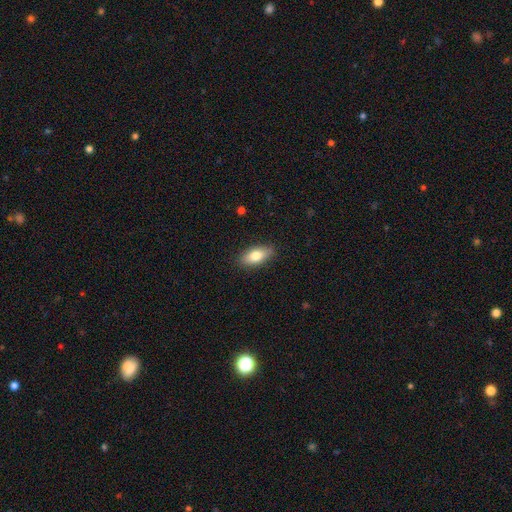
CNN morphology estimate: type=smooth (78%); roundness=in between (85%); merging=none (87%).